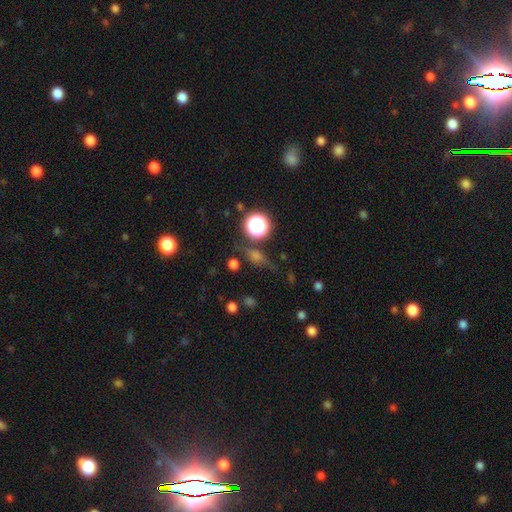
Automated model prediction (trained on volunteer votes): This appears to be a smooth galaxy with no disk features (47%). Merging: none (69%).